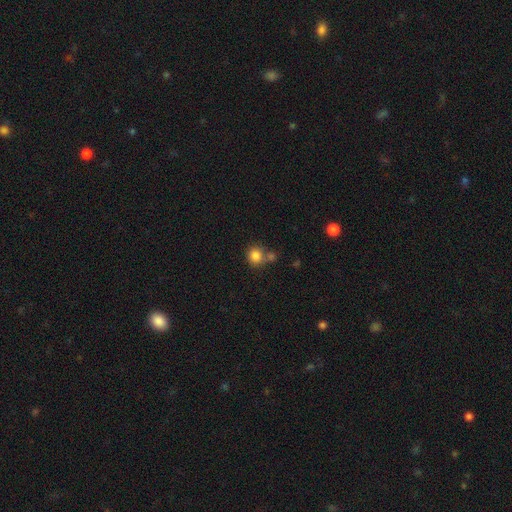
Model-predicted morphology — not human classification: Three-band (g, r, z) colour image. It shows a smooth galaxy with no disk features (83%) that is round (89%). Merging: none (59%).